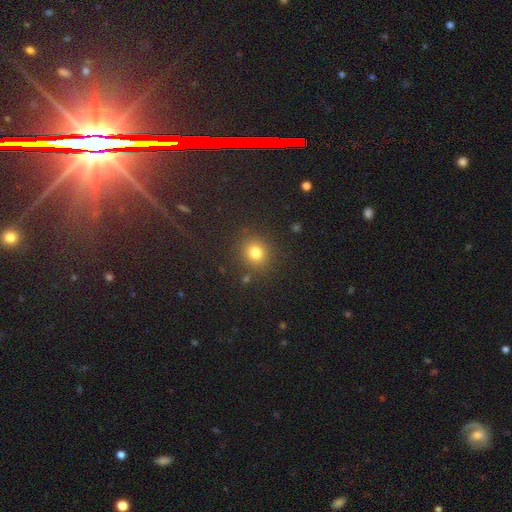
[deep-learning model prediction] This is likely a smooth galaxy (77%). How rounded: clearly round (85%). Merging: clearly none (87%).